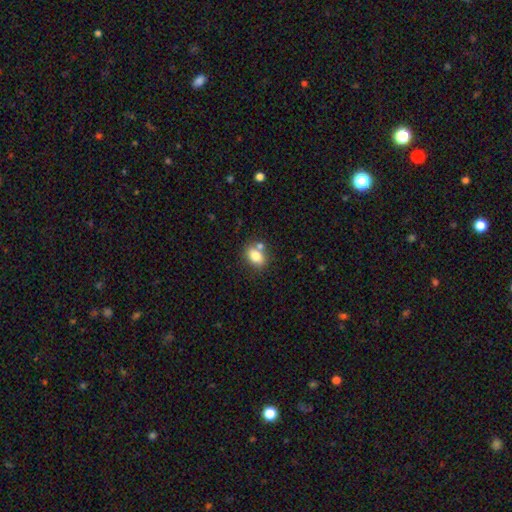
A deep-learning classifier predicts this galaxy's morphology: smooth-or-featured: smooth: 79% | featured or disk: 11% | star or artifact: 10%
  how-rounded: in between: 68% | round: 30% | cigar-shaped: 1%
  merging: none: 61% | merger: 22% | minor disturbance: 14% | major disturbance: 4%